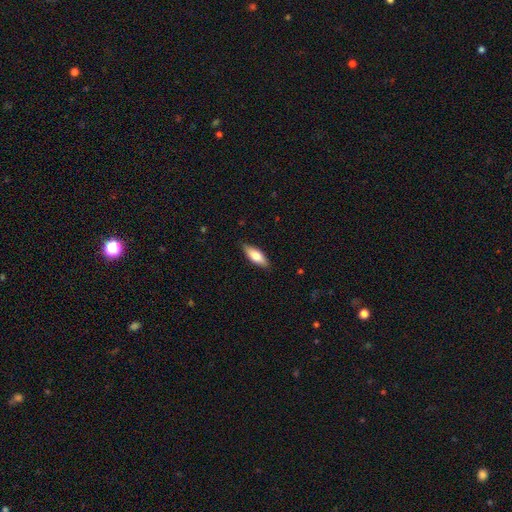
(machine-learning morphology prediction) Smooth or featured: smooth — 72% (featured or disk — 22%)
How rounded: in between — 69% (cigar-shaped — 29%)
Merging: none — 86% (minor disturbance — 12%)